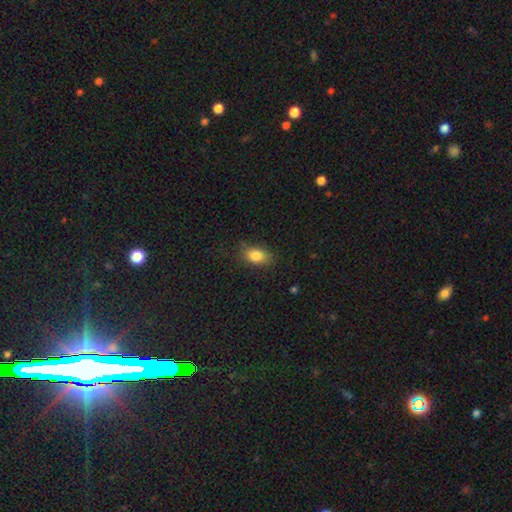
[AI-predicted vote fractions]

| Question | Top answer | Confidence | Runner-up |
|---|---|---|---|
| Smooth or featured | smooth | 84% | star or artifact (9%) |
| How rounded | in between | 83% | round (15%) |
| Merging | none | 76% | minor disturbance (18%) |